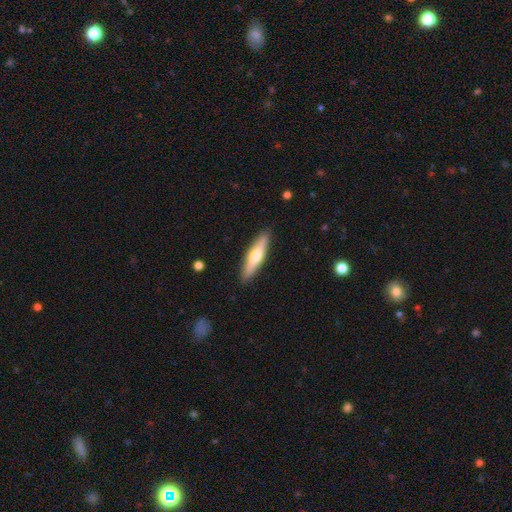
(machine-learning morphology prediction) Smooth or featured? smooth (55%)
How rounded? cigar-shaped (77%)
Merging? none (89%)